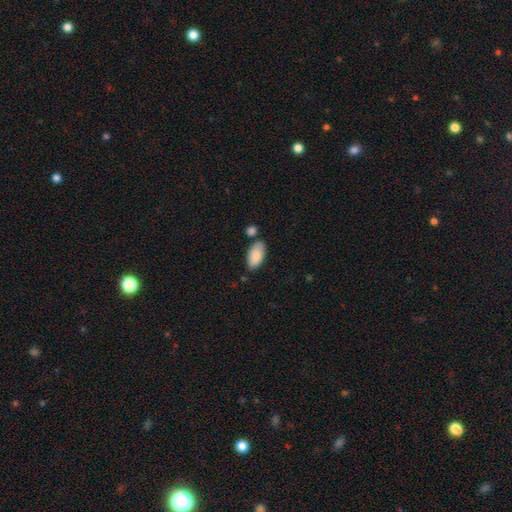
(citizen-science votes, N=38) This is clearly a smooth galaxy (92%). How rounded: clearly in between (97%). Merging: likely none (75%).